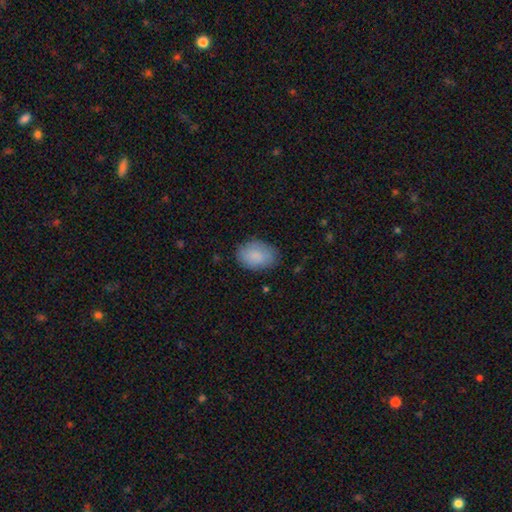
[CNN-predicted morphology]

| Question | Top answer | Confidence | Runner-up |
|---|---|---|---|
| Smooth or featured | smooth | 83% | featured or disk (10%) |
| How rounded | in between | 83% | round (16%) |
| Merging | none | 78% | minor disturbance (17%) |